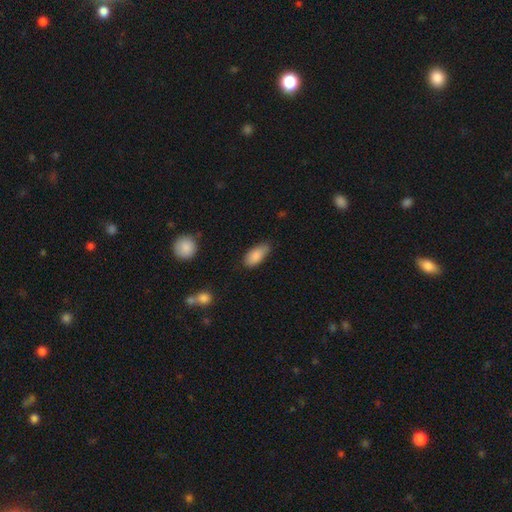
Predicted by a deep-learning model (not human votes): A smooth galaxy with no disk features (87%) that is in between round and cigar-shaped (88%).

Vote fractions:
- Smooth or featured? smooth: 87% / star or artifact: 7% / featured or disk: 7%
- How rounded? in between: 88% / cigar-shaped: 10% / round: 2%
- Merging? none: 73% / minor disturbance: 22% / major disturbance: 4% / merger: 2%